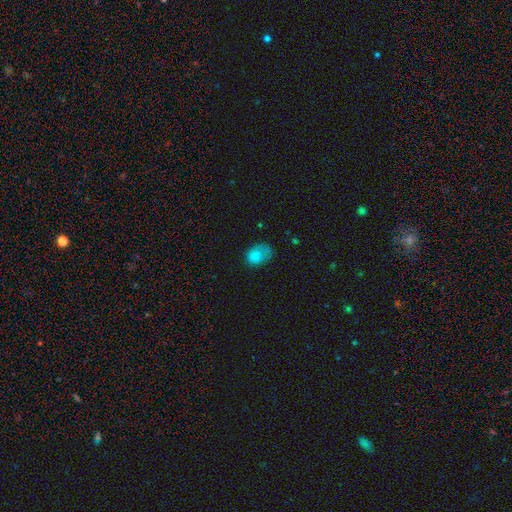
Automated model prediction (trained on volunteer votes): smooth-or-featured: smooth: 78% | featured or disk: 12% | star or artifact: 10%
  how-rounded: in between: 63% | round: 36% | cigar-shaped: 1%
  merging: none: 37% | minor disturbance: 32% | major disturbance: 28% | merger: 3%